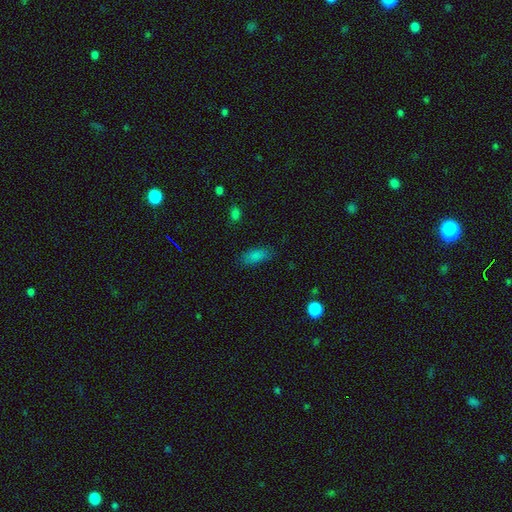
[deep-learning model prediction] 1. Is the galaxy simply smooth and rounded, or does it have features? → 83% smooth, 10% star or artifact, 7% featured or disk.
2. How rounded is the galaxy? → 83% in between, 14% cigar-shaped, 3% round.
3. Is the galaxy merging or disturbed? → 80% none, 14% minor disturbance, 4% major disturbance, 2% merger.